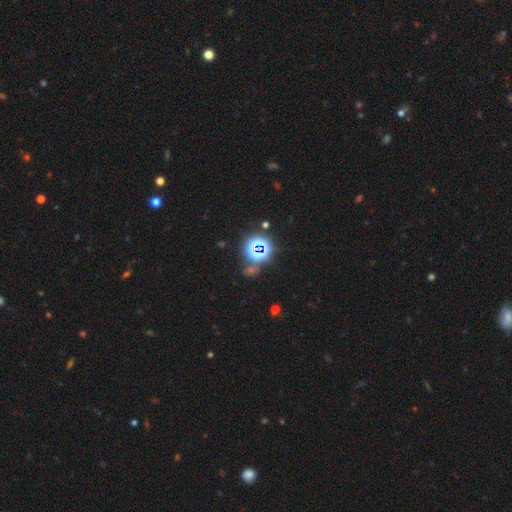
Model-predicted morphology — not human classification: Smooth or featured: star or artifact — 82% (smooth — 12%)